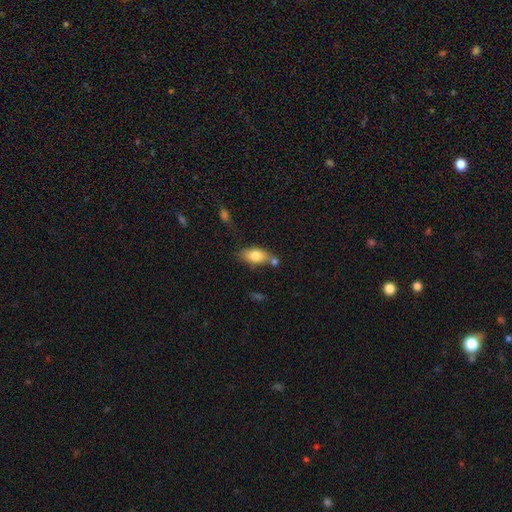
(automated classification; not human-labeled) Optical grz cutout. It shows a smooth galaxy with no disk features (78%) that is in between round and cigar-shaped (89%). Merging: none (61%).